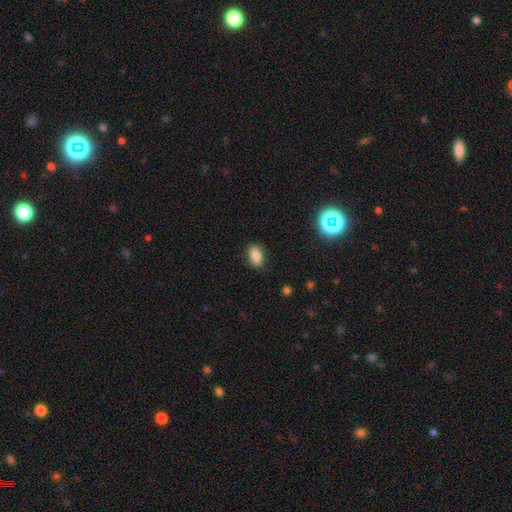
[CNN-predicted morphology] type=smooth (81%); roundness=in between (85%); merging=none (85%).